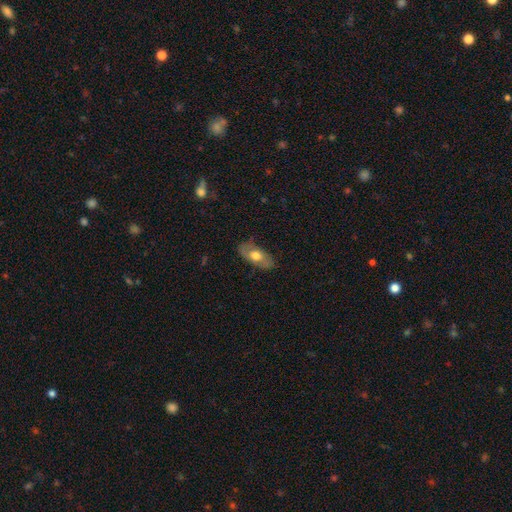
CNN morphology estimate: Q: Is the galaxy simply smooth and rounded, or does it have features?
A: smooth — 56%.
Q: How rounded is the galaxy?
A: in between — 87%.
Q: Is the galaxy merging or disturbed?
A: none — 75%.